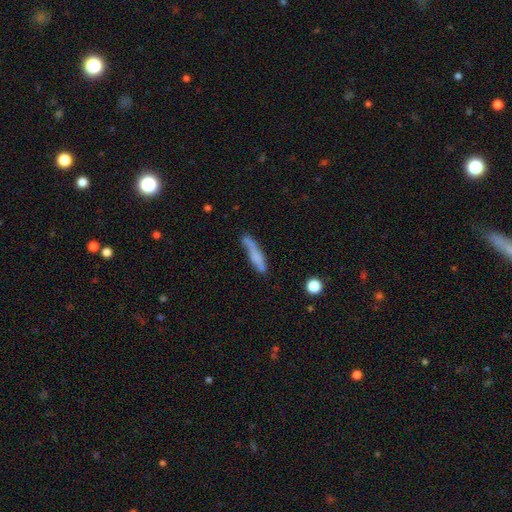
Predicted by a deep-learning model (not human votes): A smooth galaxy with no disk features (64%) that is cigar-shaped (84%). Merging: none (53%).